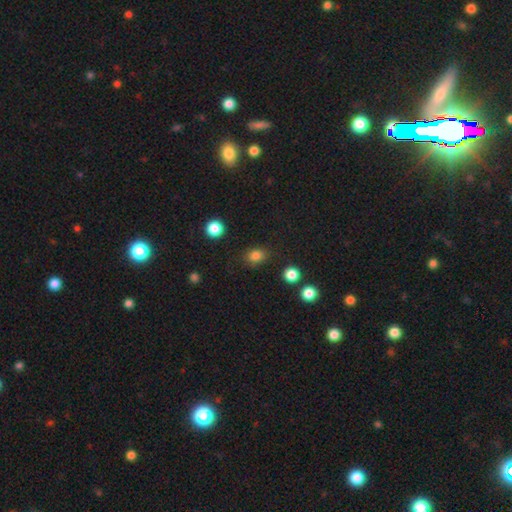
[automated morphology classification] Smooth or featured: smooth — 83% (star or artifact — 13%)
How rounded: round — 52% (in between — 47%)
Merging: none — 83% (minor disturbance — 12%)